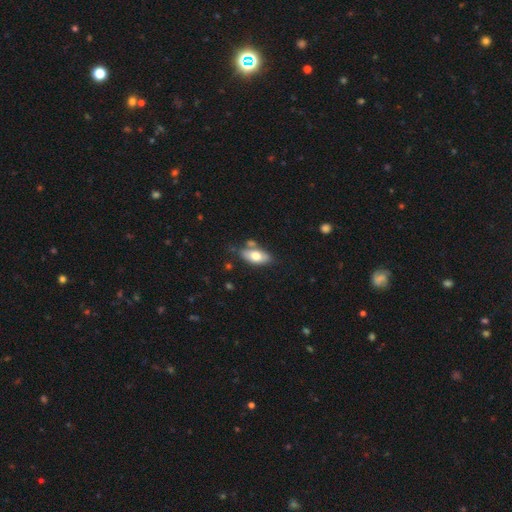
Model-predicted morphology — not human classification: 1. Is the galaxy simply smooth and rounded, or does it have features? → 71% smooth, 23% featured or disk, 6% star or artifact.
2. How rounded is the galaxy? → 87% in between, 10% cigar-shaped, 3% round.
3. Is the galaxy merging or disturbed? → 65% none, 17% minor disturbance, 13% merger, 4% major disturbance.